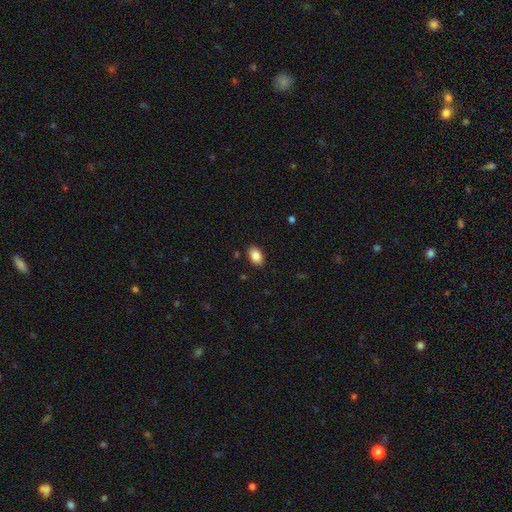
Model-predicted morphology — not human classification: Smooth or featured?
  - smooth: 88% *
  - star or artifact: 8%
  - featured or disk: 5%
How rounded?
  - in between: 89% *
  - round: 9%
  - cigar-shaped: 1%
Merging?
  - none: 88% *
  - minor disturbance: 8%
  - major disturbance: 2%
  - merger: 1%